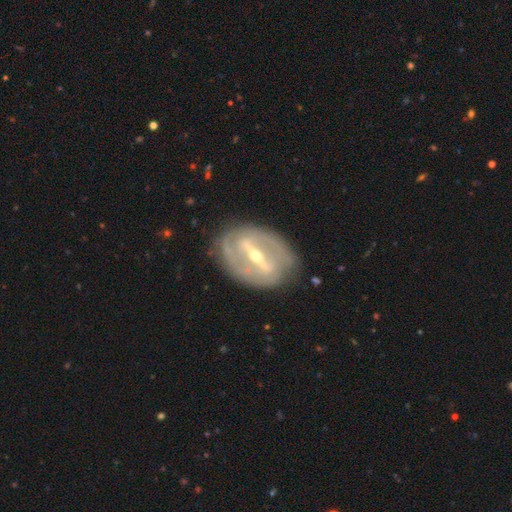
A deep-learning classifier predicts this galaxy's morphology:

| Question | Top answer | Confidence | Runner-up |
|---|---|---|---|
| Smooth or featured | featured or disk | 85% | smooth (9%) |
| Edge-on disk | no | 89% | yes (11%) |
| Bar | strong | 80% | weak (16%) |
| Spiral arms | yes | 68% | no (32%) |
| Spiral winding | tight | 54% | medium (32%) |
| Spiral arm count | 2 | 63% | can't tell (24%) |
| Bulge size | small | 53% | moderate (44%) |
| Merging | none | 79% | minor disturbance (14%) |